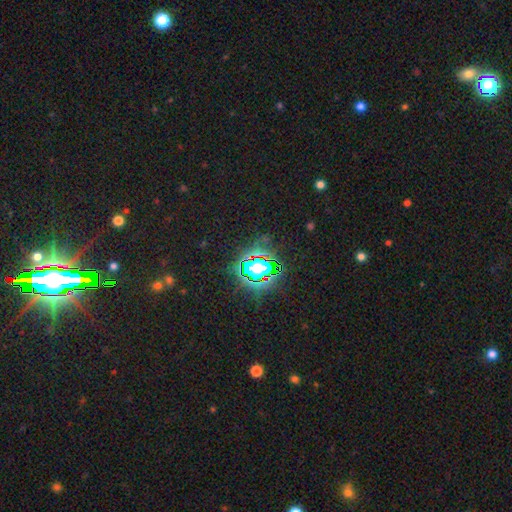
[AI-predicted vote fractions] A star or artifact, not a galaxy (74%).